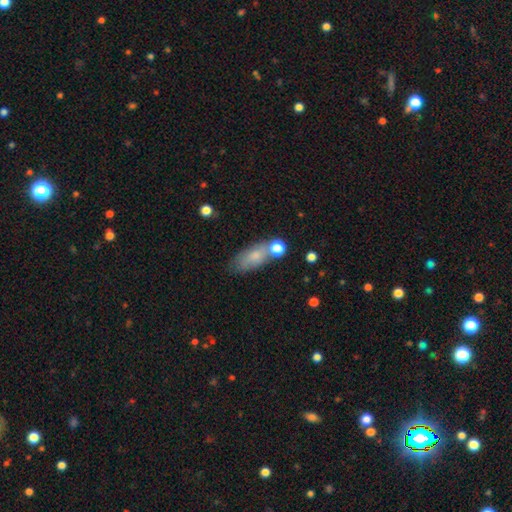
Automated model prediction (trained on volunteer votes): Q: Smooth or featured?
A: smooth (72%); runner-up: featured or disk (19%)
Q: How rounded?
A: in between (79%); runner-up: cigar-shaped (15%)
Q: Merging?
A: none (57%); runner-up: minor disturbance (21%)